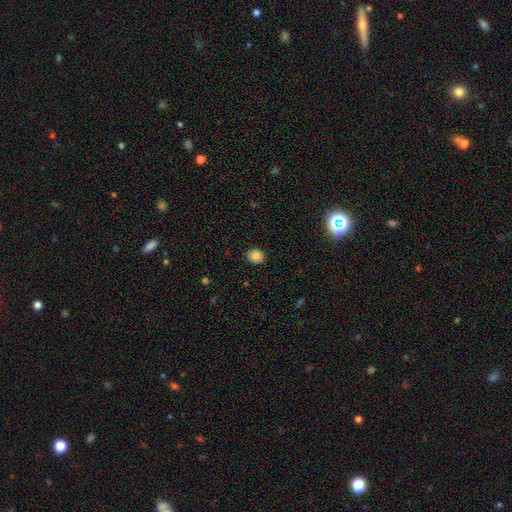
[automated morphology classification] The model was most divided on "how rounded": round: 60%, in between: 40%, cigar-shaped: 1%. More confident: merging — none (88%); smooth or featured — smooth (81%).